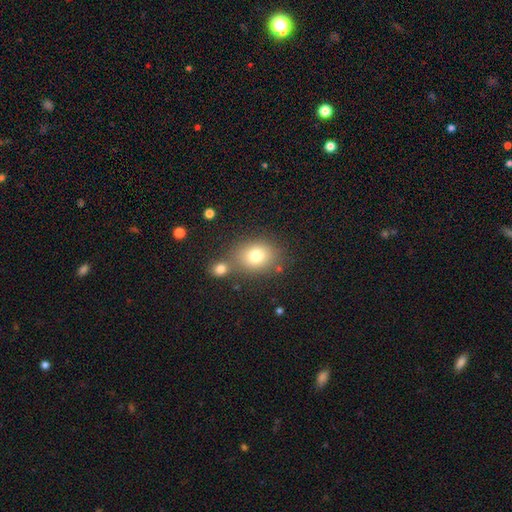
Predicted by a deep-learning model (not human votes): Smooth or featured? Predicted: smooth (p=0.77). How rounded? Predicted: round (p=0.58). Merging? Predicted: none (p=0.64).